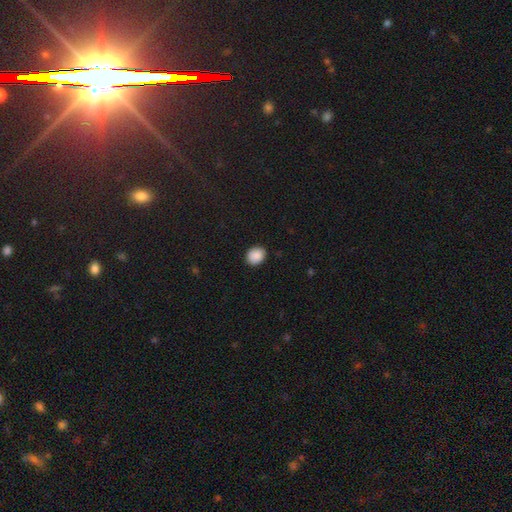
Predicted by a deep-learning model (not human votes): A smooth galaxy with no disk features (89%) that is round (57%). Merging: none (89%).